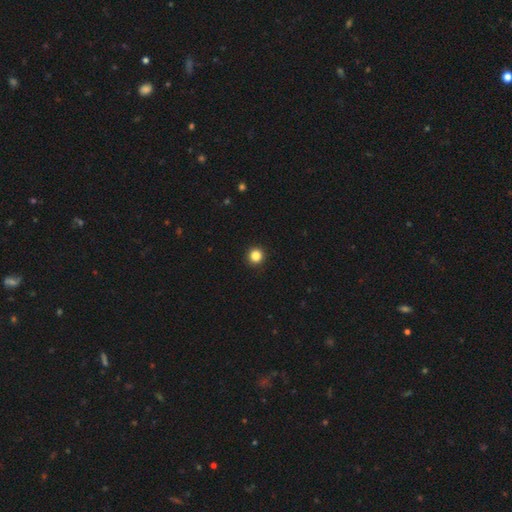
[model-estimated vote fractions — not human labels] Morphology: type=smooth (85%); roundness=round (96%); merging=none (94%).